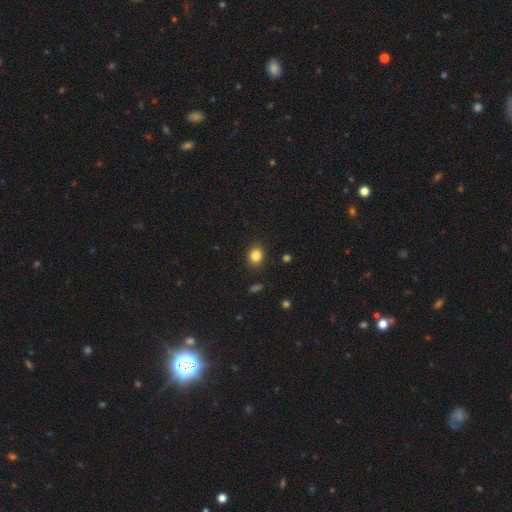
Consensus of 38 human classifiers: This is clearly a smooth galaxy (87%). How rounded: possibly in between (55%). Merging: clearly none (86%).